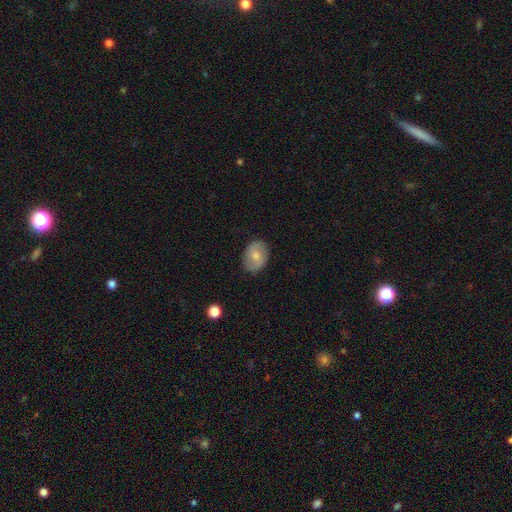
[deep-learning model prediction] Overall: smooth (61%; featured or disk 32%). How rounded: in between (71%). Merging: none (84%).